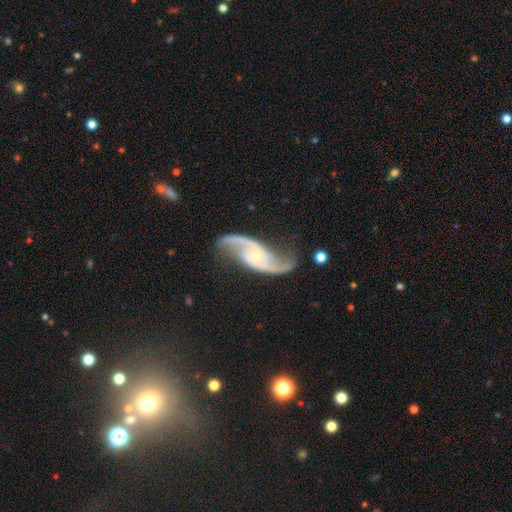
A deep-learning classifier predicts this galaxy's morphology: Smooth or featured? featured or disk (92%)
Edge-on disk? no (96%)
Bar? no (61%)
Spiral arms? yes (98%)
Spiral winding? loose (55%)
Spiral arm count? 2 (94%)
Bulge size? small (64%)
Merging? none (74%)